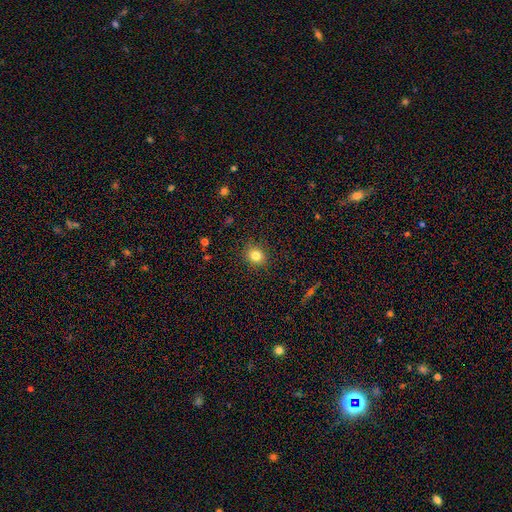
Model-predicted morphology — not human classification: smooth-or-featured: smooth: 82% | star or artifact: 12% | featured or disk: 6%
  how-rounded: round: 77% | in between: 22% | cigar-shaped: 1%
  merging: none: 89% | minor disturbance: 8% | major disturbance: 2% | merger: 1%